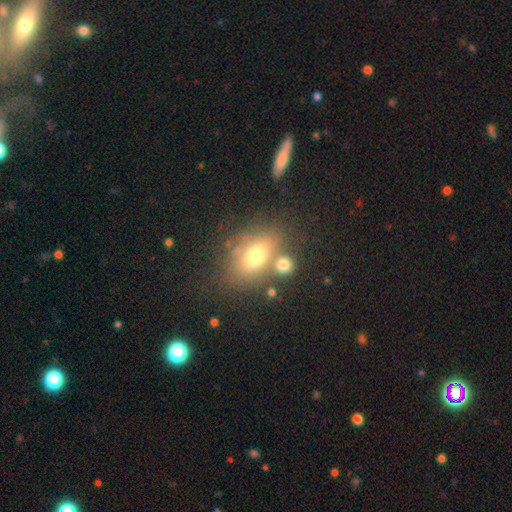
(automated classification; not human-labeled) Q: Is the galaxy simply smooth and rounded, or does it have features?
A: smooth — 67%.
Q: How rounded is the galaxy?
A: in between — 75%.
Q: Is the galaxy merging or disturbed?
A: none — 62%.